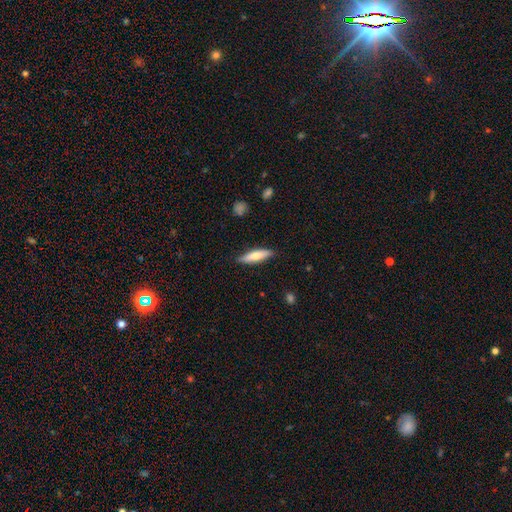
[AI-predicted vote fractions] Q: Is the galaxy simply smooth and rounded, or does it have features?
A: smooth — 63%.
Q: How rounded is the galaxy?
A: cigar-shaped — 67%.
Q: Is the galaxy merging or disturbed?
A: none — 86%.